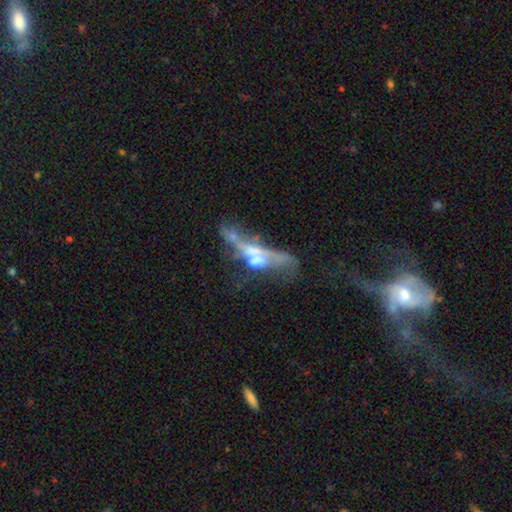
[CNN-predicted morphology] A featured or disk galaxy (60%). Merging: merger (39%).